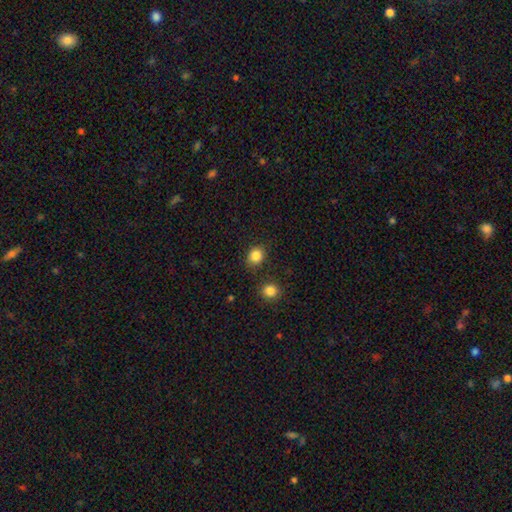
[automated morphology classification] Smooth or featured? Predicted: smooth (p=0.85). How rounded? Predicted: round (p=0.71). Merging? Predicted: none (p=0.84).